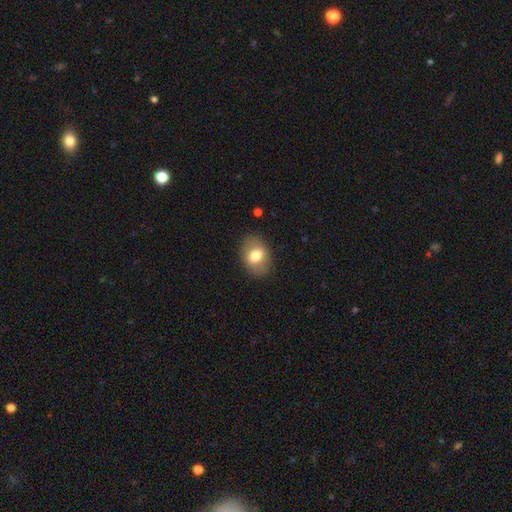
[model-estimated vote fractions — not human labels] A smooth galaxy with no disk features (72%) that is in between round and cigar-shaped (75%). Merging: none (85%).